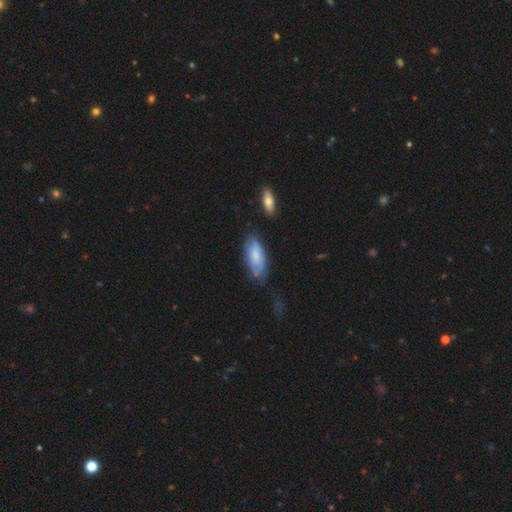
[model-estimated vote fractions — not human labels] smooth_or_featured: smooth (p=0.72) [alt: featured or disk p=0.22]
how_rounded: in between (p=0.83) [alt: cigar-shaped p=0.15]
merging: none (p=0.58) [alt: minor disturbance p=0.29]